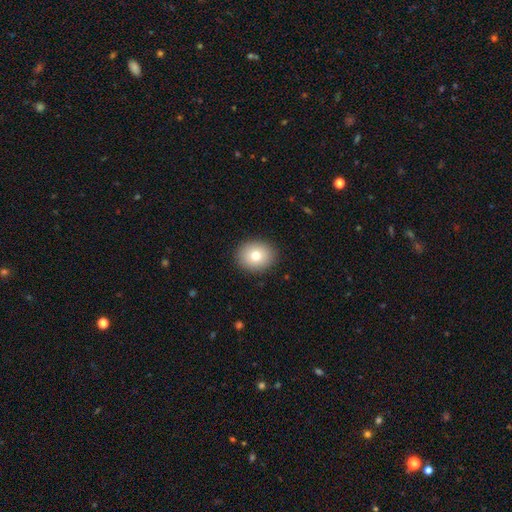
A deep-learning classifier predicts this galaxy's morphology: type=smooth (78%); roundness=round (64%); merging=none (90%).